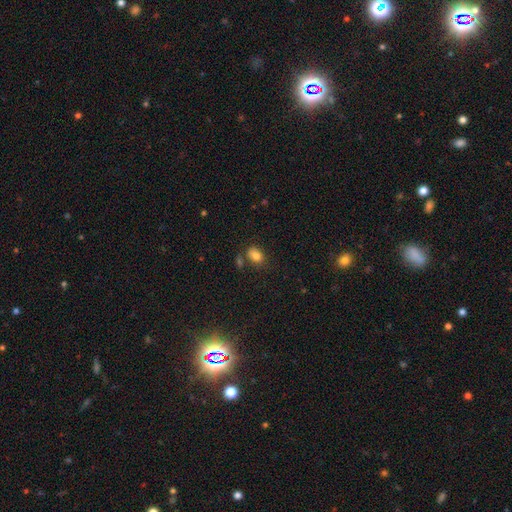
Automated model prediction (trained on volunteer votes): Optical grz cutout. It shows a smooth galaxy with no disk features (82%) that is in between round and cigar-shaped (79%). Merging: none (67%).